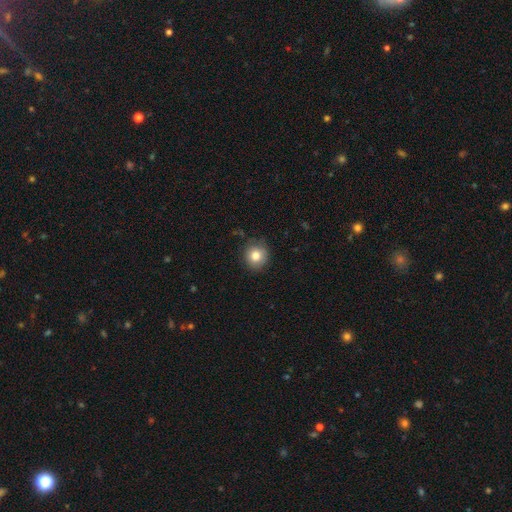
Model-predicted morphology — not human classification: Q: Smooth or featured?
A: smooth (82%); runner-up: star or artifact (10%)
Q: How rounded?
A: round (89%); runner-up: in between (10%)
Q: Merging?
A: none (85%); runner-up: minor disturbance (11%)